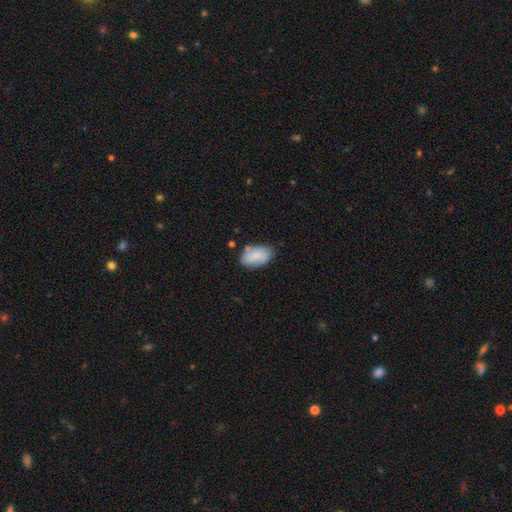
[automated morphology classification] Smooth or featured? Predicted: smooth (p=0.78). How rounded? Predicted: in between (p=0.93). Merging? Predicted: none (p=0.67).